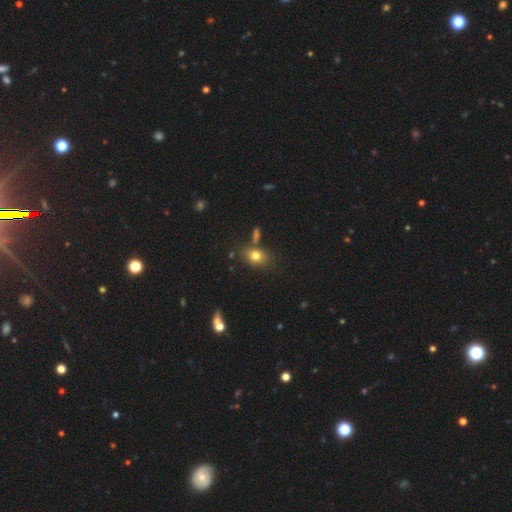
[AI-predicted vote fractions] A smooth galaxy with no disk features (77%) that is in between round and cigar-shaped (65%).

Vote fractions:
- Smooth or featured? smooth: 77% / star or artifact: 12% / featured or disk: 11%
- How rounded? in between: 65% / round: 33% / cigar-shaped: 2%
- Merging? none: 69% / minor disturbance: 15% / merger: 12% / major disturbance: 5%